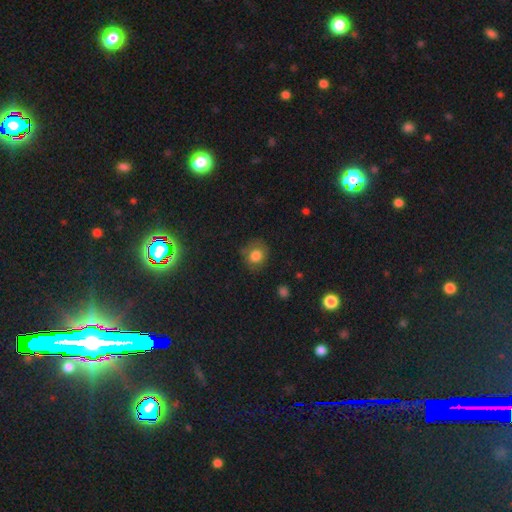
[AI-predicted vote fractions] The model was most divided on "how rounded": round: 71%, in between: 28%, cigar-shaped: 1%. More confident: smooth or featured — smooth (75%); merging — none (69%).